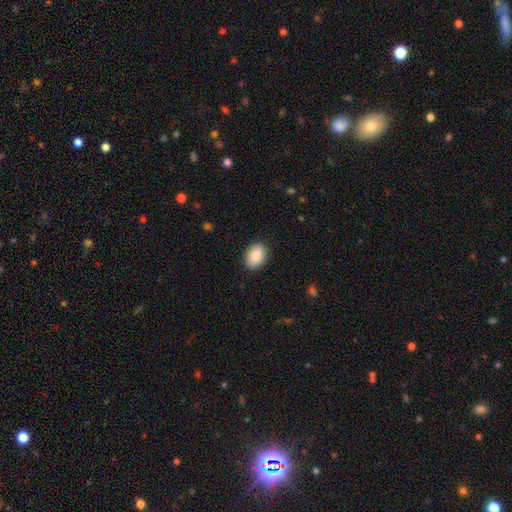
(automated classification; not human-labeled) Q: Smooth or featured?
A: smooth (87%); runner-up: star or artifact (7%)
Q: How rounded?
A: in between (82%); runner-up: round (17%)
Q: Merging?
A: none (89%); runner-up: minor disturbance (8%)